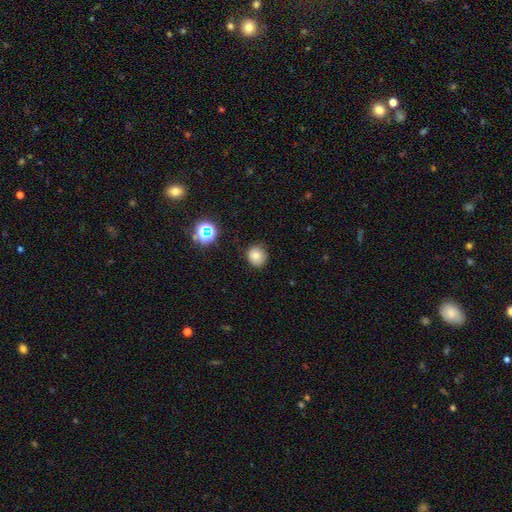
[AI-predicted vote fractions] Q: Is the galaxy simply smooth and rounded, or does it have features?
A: smooth — 77%.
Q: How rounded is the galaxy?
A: round — 86%.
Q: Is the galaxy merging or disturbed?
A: none — 83%.